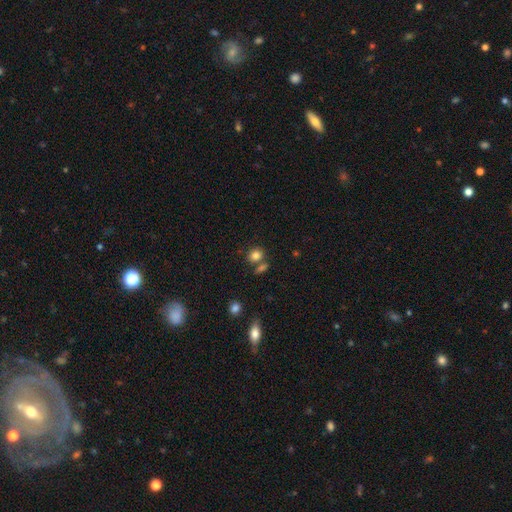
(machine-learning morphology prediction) Smooth or featured: smooth — 82% (star or artifact — 11%)
How rounded: round — 64% (in between — 35%)
Merging: none — 64% (merger — 21%)